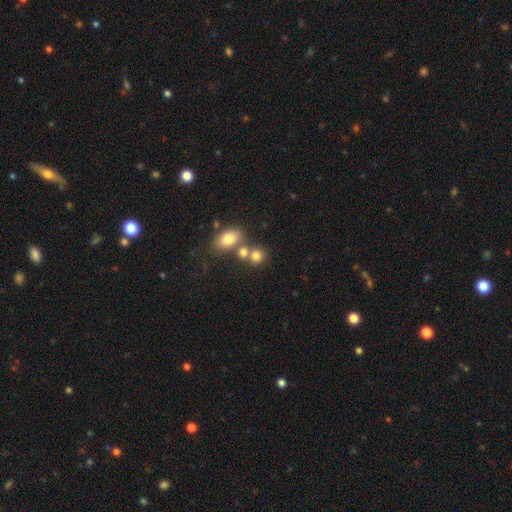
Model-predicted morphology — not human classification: Smooth or featured? smooth (78%)
How rounded? round (69%)
Merging? none (48%)